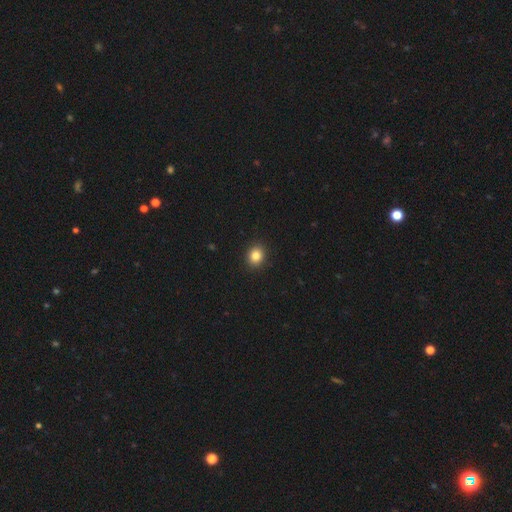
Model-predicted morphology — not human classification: Smooth or featured: smooth — 84% (star or artifact — 10%)
How rounded: round — 68% (in between — 31%)
Merging: none — 92% (minor disturbance — 6%)